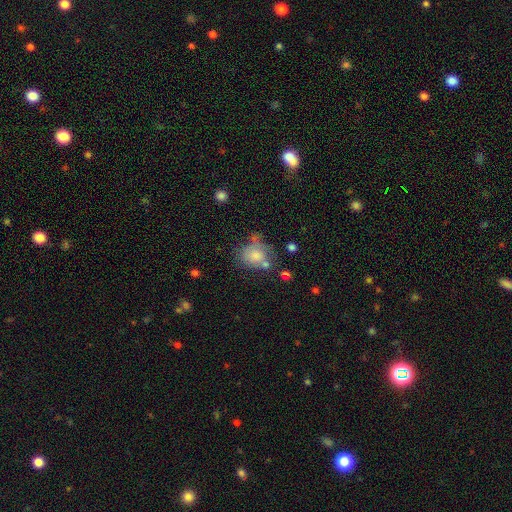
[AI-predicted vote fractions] This is likely a smooth galaxy (69%). How rounded: possibly round (58%). Merging: marginally none (41%).